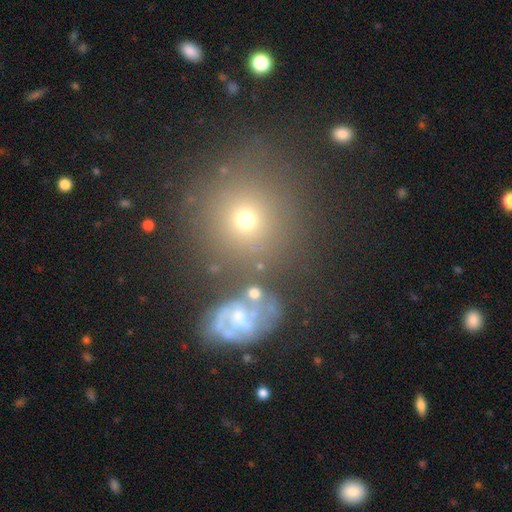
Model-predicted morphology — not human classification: Overall: smooth (45%; star or artifact 30%). Merging: none (72%).